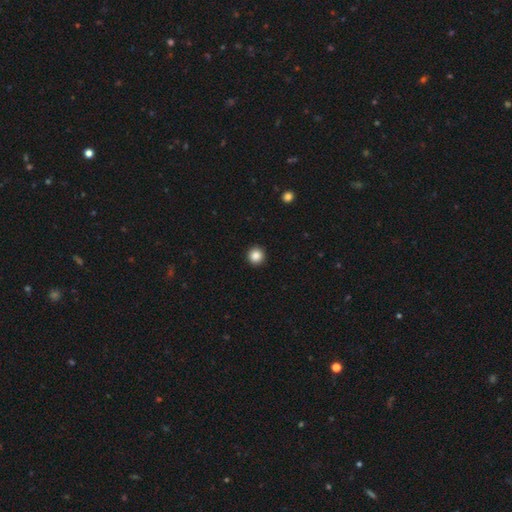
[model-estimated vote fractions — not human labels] smooth-or-featured: smooth: 87% | star or artifact: 10% | featured or disk: 3%
  how-rounded: round: 96% | in between: 3% | cigar-shaped: 1%
  merging: none: 94% | minor disturbance: 4% | major disturbance: 1% | merger: 1%